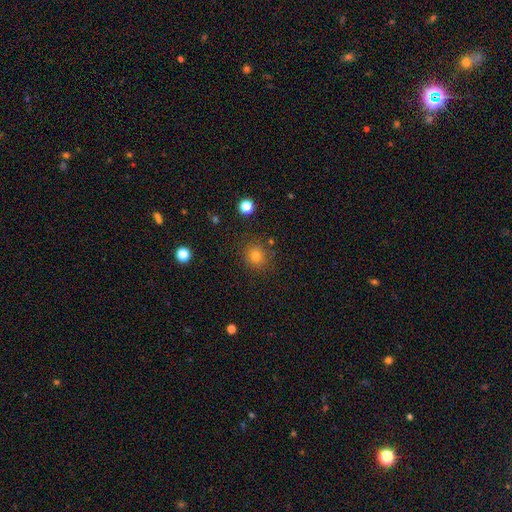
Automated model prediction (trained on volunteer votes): A smooth galaxy with no disk features (78%) that is round (88%).

Vote fractions:
- Smooth or featured? smooth: 78% / star or artifact: 16% / featured or disk: 6%
- How rounded? round: 88% / in between: 11% / cigar-shaped: 1%
- Merging? none: 86% / minor disturbance: 8% / major disturbance: 3% / merger: 3%